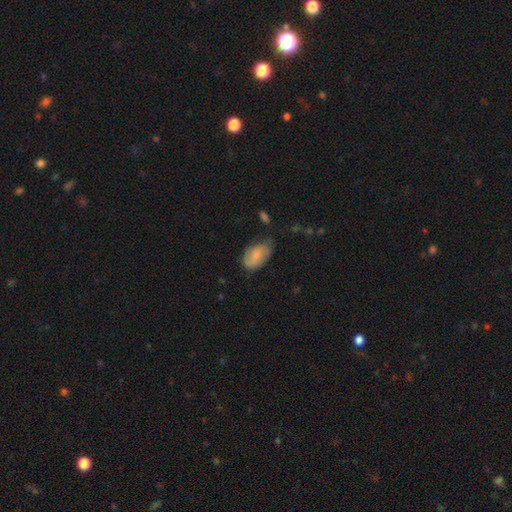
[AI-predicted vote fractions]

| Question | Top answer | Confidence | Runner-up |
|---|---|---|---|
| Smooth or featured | smooth | 62% | featured or disk (31%) |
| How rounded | in between | 90% | round (8%) |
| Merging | none | 58% | minor disturbance (31%) |